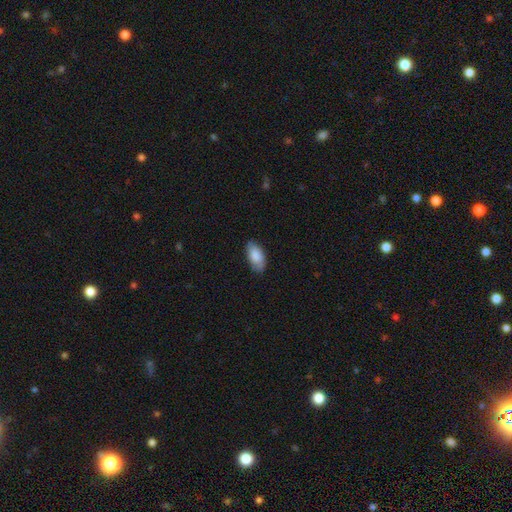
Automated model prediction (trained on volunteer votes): Morphology: type=smooth (83%); roundness=in between (93%); merging=none (79%).